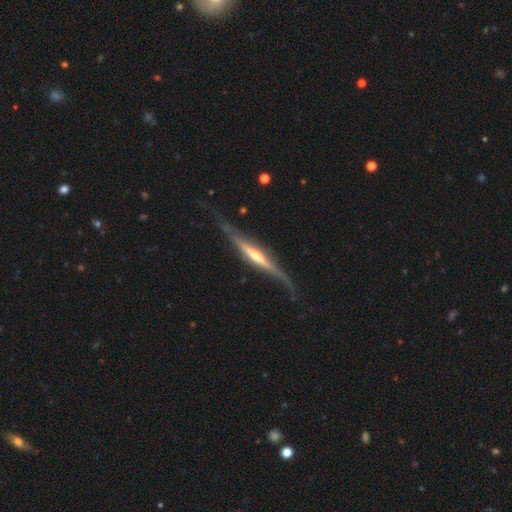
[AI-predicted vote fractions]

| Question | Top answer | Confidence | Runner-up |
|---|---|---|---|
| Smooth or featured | featured or disk | 83% | smooth (12%) |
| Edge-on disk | yes | 95% | no (5%) |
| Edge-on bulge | rounded | 68% | none (21%) |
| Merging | none | 67% | minor disturbance (23%) |